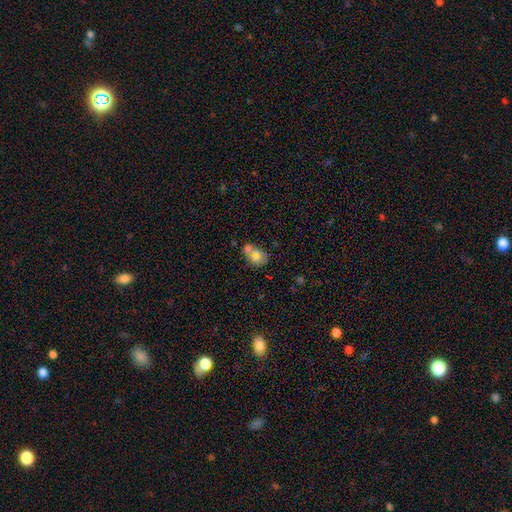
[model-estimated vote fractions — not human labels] Smooth or featured?
  - smooth: 59% *
  - featured or disk: 27%
  - star or artifact: 13%
How rounded?
  - in between: 51% *
  - round: 48%
  - cigar-shaped: 1%
Merging?
  - merger: 43% *
  - none: 38%
  - minor disturbance: 13%
  - major disturbance: 6%